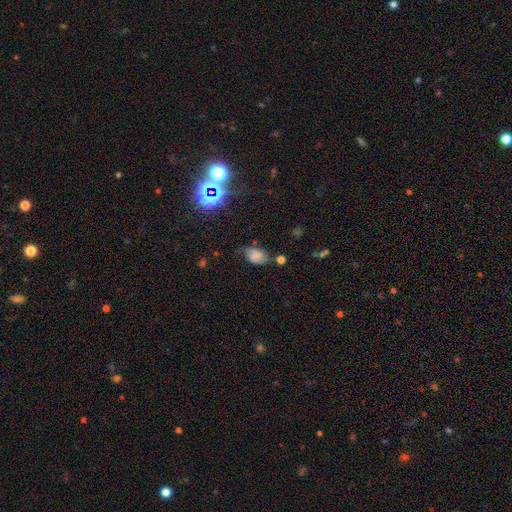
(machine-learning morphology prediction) smooth 63%, featured or disk 21%, star or artifact 16%. Down the decision tree: how rounded — in between (85%); merging — none (55%).